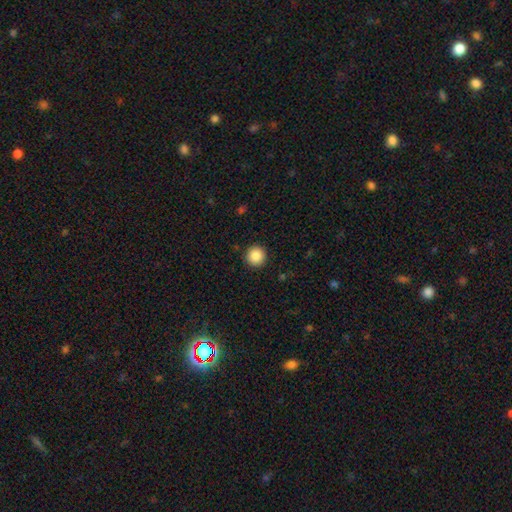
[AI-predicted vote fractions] The model was most divided on "smooth or featured": smooth: 88%, star or artifact: 9%, featured or disk: 3%. More confident: how rounded — round (96%); merging — none (92%).